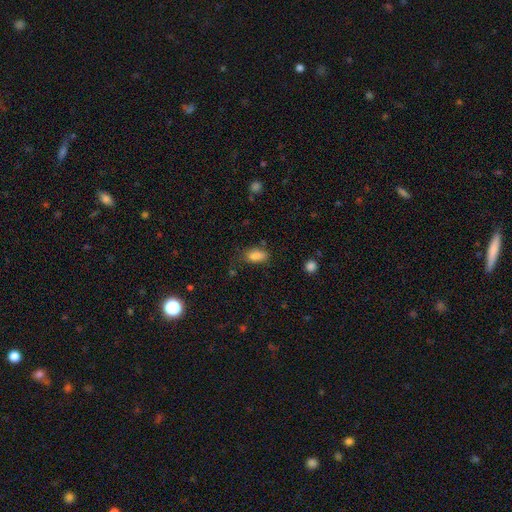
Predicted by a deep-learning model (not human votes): Smooth or featured: smooth — 85% (star or artifact — 10%)
How rounded: in between — 86% (cigar-shaped — 8%)
Merging: none — 64% (minor disturbance — 24%)